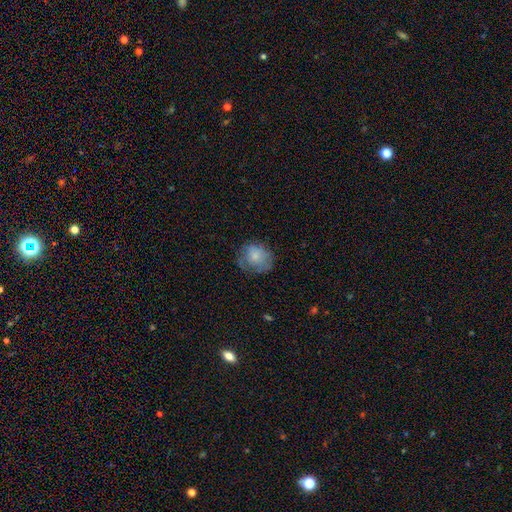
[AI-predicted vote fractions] The model was most divided on "merging": none: 61%, minor disturbance: 26%, major disturbance: 13%, merger: 1%. More confident: how rounded — round (70%); smooth or featured — smooth (69%).